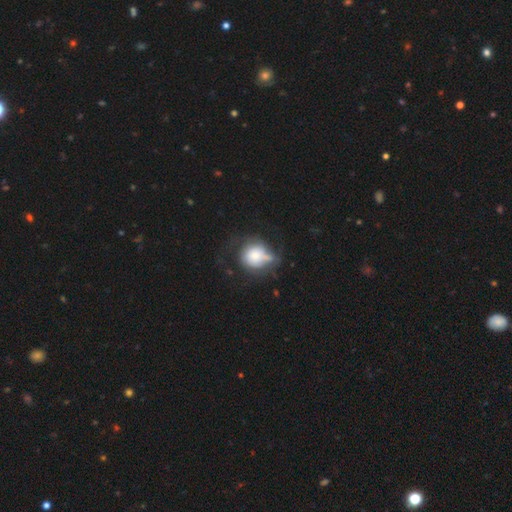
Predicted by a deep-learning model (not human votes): The model was most divided on "merging": none: 34%, major disturbance: 31%, minor disturbance: 26%, merger: 8%. More confident: how rounded — round (73%); smooth or featured — smooth (58%).